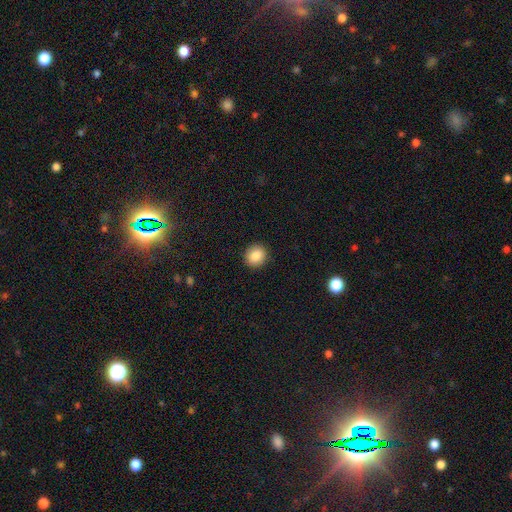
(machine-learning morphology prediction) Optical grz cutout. It shows a smooth galaxy with no disk features (86%) that is round (87%). Merging: none (92%).